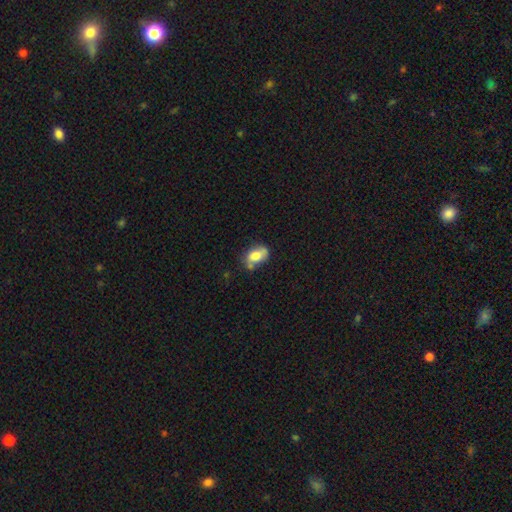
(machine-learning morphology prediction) The model was most divided on "merging": none: 47%, minor disturbance: 29%, merger: 14%, major disturbance: 9%. More confident: how rounded — in between (84%); smooth or featured — smooth (71%).